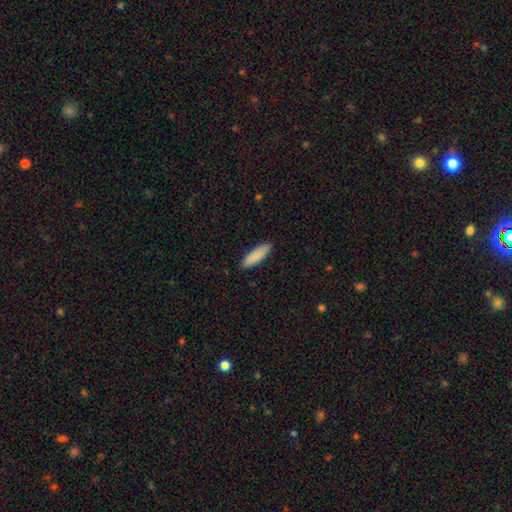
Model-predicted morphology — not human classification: A smooth galaxy with no disk features (88%) that is cigar-shaped (51%). Merging: none (88%).